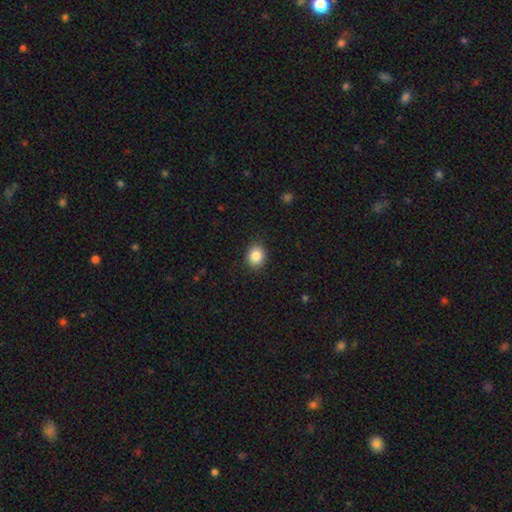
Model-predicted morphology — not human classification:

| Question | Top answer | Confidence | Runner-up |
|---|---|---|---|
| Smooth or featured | smooth | 86% | star or artifact (9%) |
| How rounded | round | 62% | in between (37%) |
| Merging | none | 89% | minor disturbance (8%) |